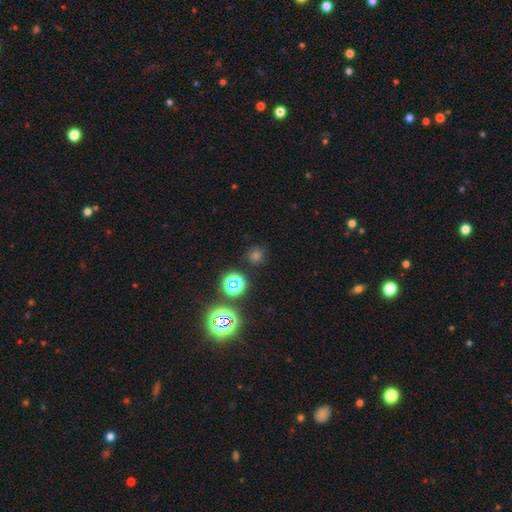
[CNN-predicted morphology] smooth 47%, star or artifact 46%, featured or disk 7%. Down the decision tree: merging — none (85%).